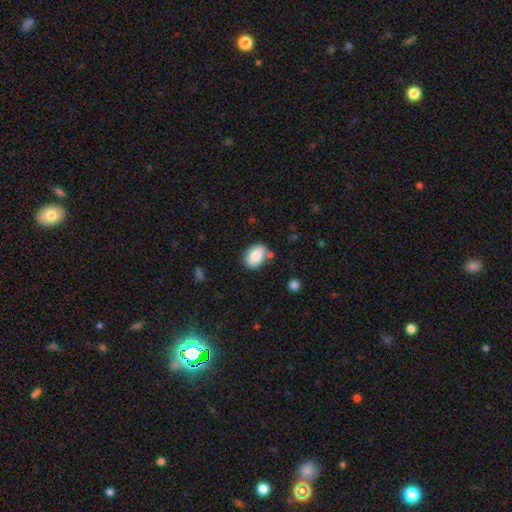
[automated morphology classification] Overall: smooth (81%). How rounded: in between (75%). Merging: none (69%).